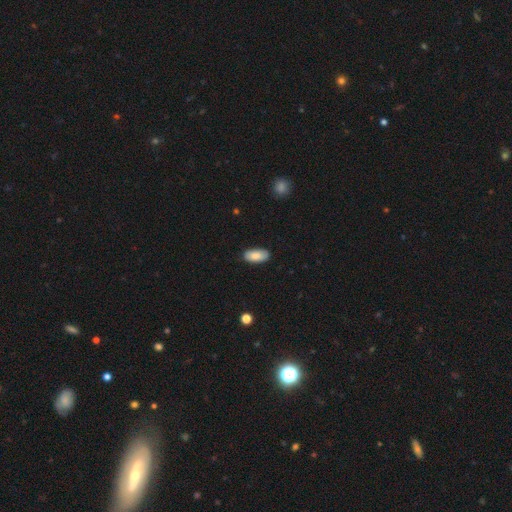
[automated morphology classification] smooth_or_featured: smooth (p=0.85) [alt: featured or disk p=0.08]
how_rounded: in between (p=0.92) [alt: cigar-shaped p=0.06]
merging: none (p=0.84) [alt: minor disturbance p=0.13]